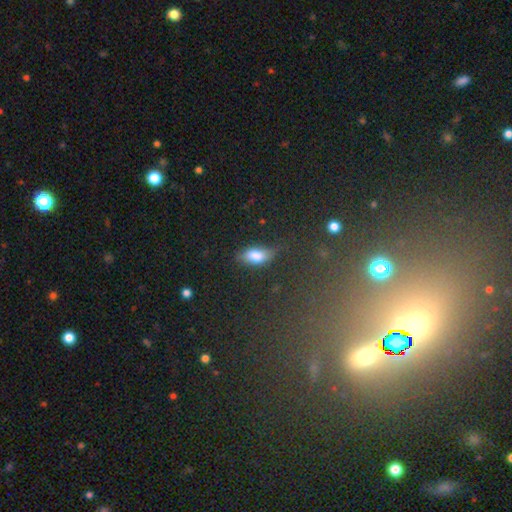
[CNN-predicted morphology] Smooth or featured? Predicted: smooth (p=0.80). How rounded? Predicted: in between (p=0.85). Merging? Predicted: none (p=0.65).